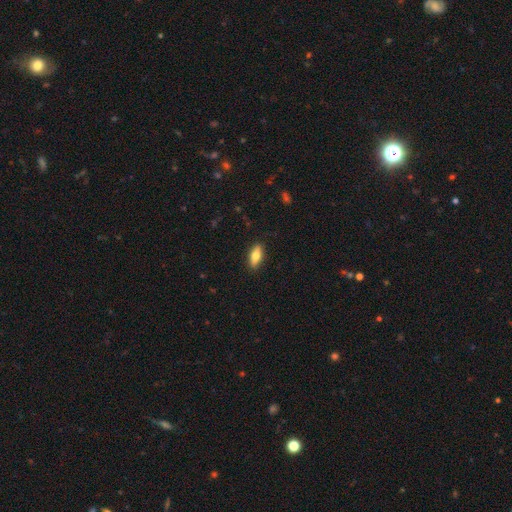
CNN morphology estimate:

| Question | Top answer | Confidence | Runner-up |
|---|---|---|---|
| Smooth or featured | smooth | 68% | featured or disk (26%) |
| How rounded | in between | 65% | cigar-shaped (32%) |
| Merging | none | 88% | minor disturbance (9%) |